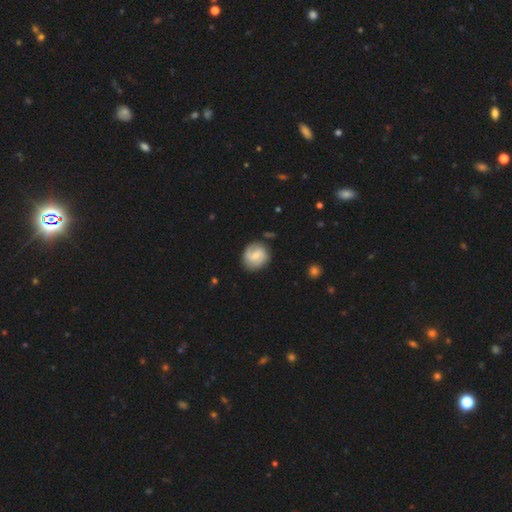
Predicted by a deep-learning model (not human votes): The model was most divided on "spiral winding": medium: 45%, tight: 33%, loose: 22%. More confident: edge-on disk — no (98%); spiral arms — yes (93%); spiral arm count — 2 (81%); merging — none (80%); smooth or featured — featured or disk (72%); bulge size — small (58%); bar — weak (55%).